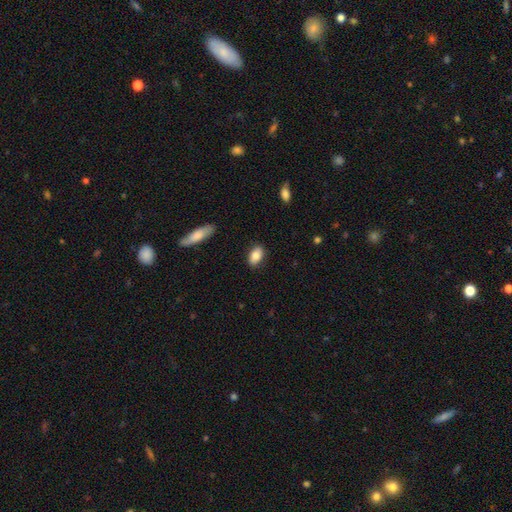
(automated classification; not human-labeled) smooth_or_featured: smooth (p=0.84) [alt: featured or disk p=0.09]
how_rounded: in between (p=0.90) [alt: round p=0.07]
merging: none (p=0.87) [alt: minor disturbance p=0.10]